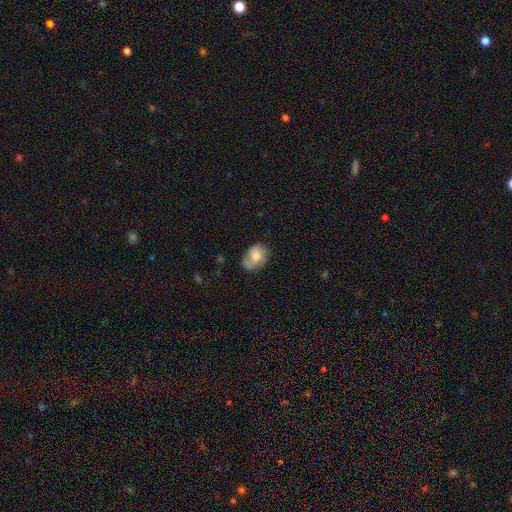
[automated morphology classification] Q: Smooth or featured?
A: smooth (58%); runner-up: featured or disk (34%)
Q: How rounded?
A: in between (69%); runner-up: round (30%)
Q: Merging?
A: none (53%); runner-up: minor disturbance (30%)